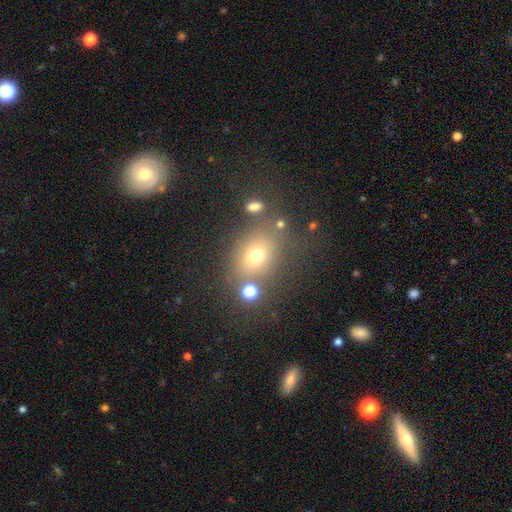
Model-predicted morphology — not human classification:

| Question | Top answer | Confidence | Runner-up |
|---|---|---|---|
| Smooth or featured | smooth | 68% | star or artifact (19%) |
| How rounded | round | 51% | in between (48%) |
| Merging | none | 68% | minor disturbance (14%) |